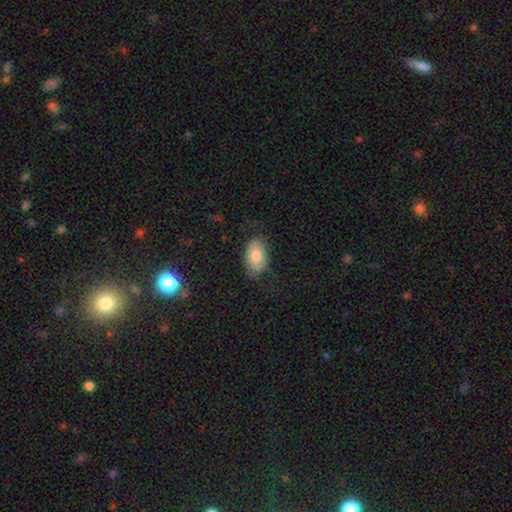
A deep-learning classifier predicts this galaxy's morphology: type=smooth (75%); roundness=in between (91%); merging=none (72%).